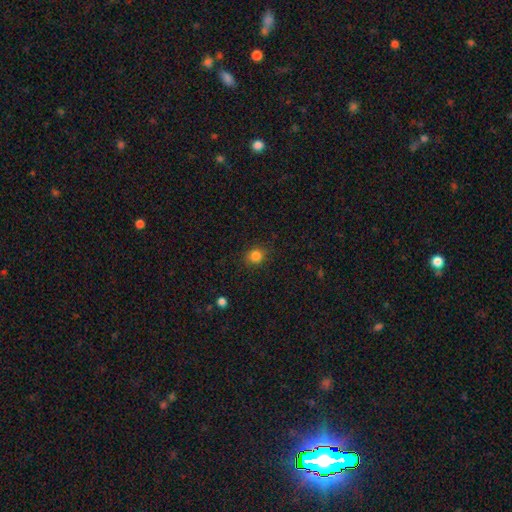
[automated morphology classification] A smooth galaxy with no disk features (83%) that is round (80%).

Vote fractions:
- Smooth or featured? smooth: 83% / star or artifact: 12% / featured or disk: 4%
- How rounded? round: 80% / in between: 19% / cigar-shaped: 1%
- Merging? none: 87% / minor disturbance: 9% / major disturbance: 3% / merger: 1%